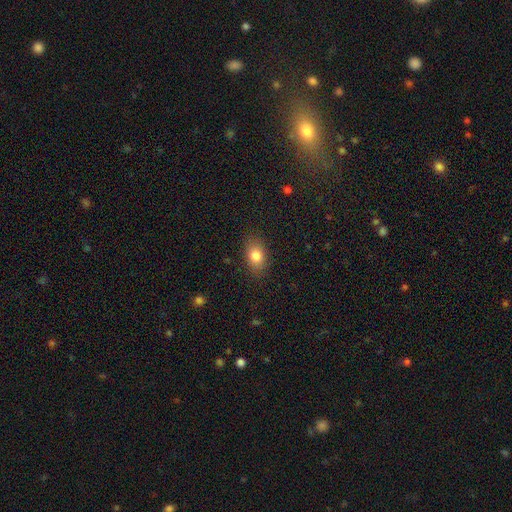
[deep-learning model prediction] Smooth or featured? smooth (82%)
How rounded? in between (80%)
Merging? none (85%)